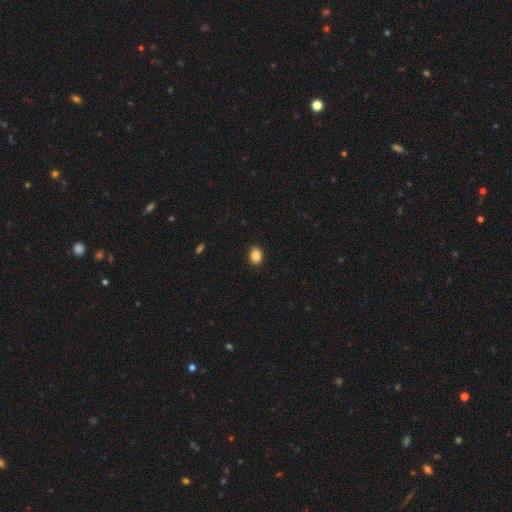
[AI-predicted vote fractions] Smooth or featured? smooth (87%)
How rounded? in between (62%)
Merging? none (91%)